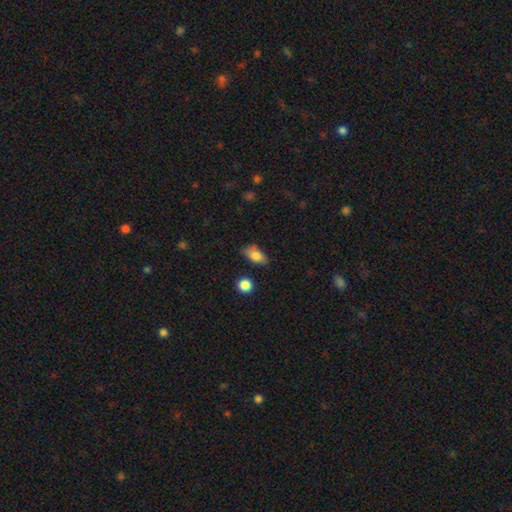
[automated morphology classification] smooth 78%, featured or disk 14%, star or artifact 8%. Down the decision tree: how rounded — in between (86%); merging — none (68%).